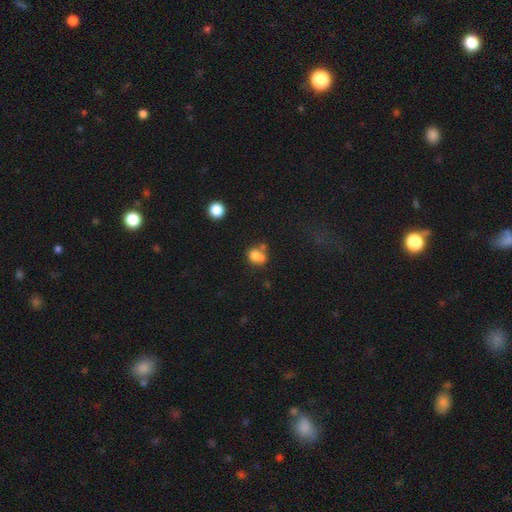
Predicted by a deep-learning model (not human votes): A smooth galaxy with no disk features (73%) that is round (57%). Merging: merger (38%).